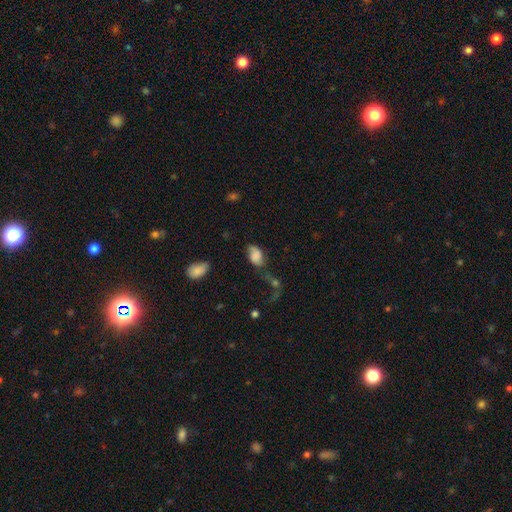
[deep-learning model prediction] smooth-or-featured: smooth: 61% | featured or disk: 28% | star or artifact: 11%
  how-rounded: in between: 88% | round: 10% | cigar-shaped: 2%
  merging: none: 43% | minor disturbance: 28% | major disturbance: 19% | merger: 10%